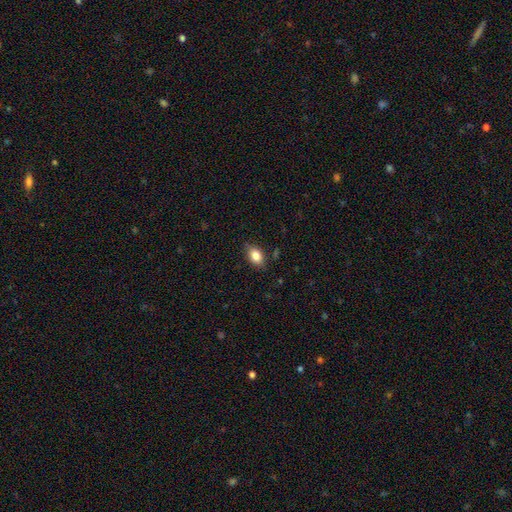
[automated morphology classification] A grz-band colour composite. It shows a smooth galaxy with no disk features (83%) that is in between round and cigar-shaped (82%). Merging: none (80%).